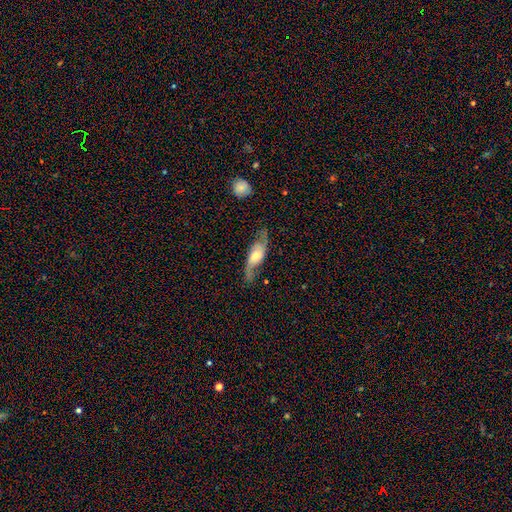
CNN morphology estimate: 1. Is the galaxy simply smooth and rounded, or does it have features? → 72% featured or disk, 22% smooth, 6% star or artifact.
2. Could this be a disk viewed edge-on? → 79% no, 21% yes.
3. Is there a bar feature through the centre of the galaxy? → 59% no, 31% weak, 9% strong.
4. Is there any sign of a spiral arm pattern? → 91% yes, 9% no.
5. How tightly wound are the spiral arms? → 64% loose, 27% medium, 9% tight.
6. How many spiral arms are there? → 89% 2, 5% can't tell, 4% 1, 1% 3, 1% 4, 1% more than 4.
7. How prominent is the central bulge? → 54% moderate, 24% small, 16% large, 3% none, 2% dominant.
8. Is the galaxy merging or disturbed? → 69% none, 20% minor disturbance, 9% major disturbance, 2% merger.